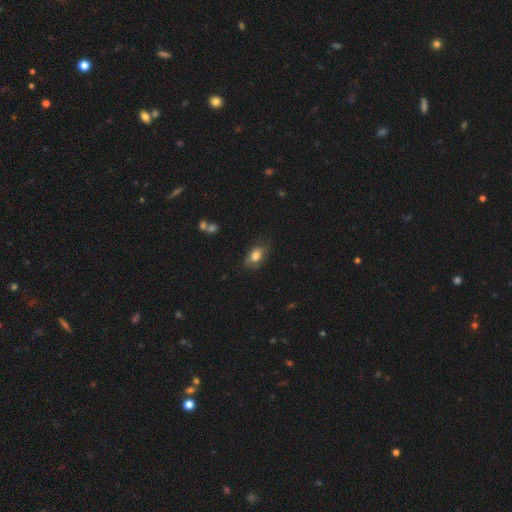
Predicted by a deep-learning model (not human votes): This is likely a smooth galaxy (79%). How rounded: clearly in between (86%). Merging: likely none (70%).